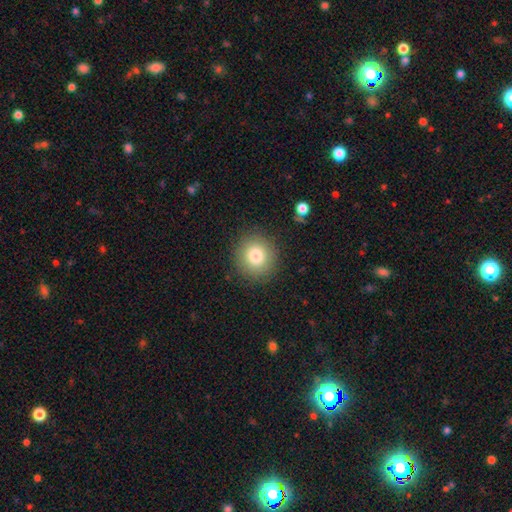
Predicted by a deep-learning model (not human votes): Q: Smooth or featured?
A: smooth (80%); runner-up: star or artifact (11%)
Q: How rounded?
A: round (91%); runner-up: in between (8%)
Q: Merging?
A: none (89%); runner-up: minor disturbance (7%)